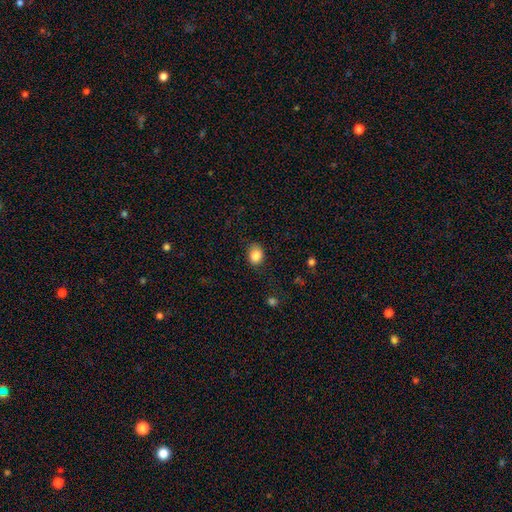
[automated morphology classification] Smooth or featured?
  - smooth: 86% *
  - star or artifact: 9%
  - featured or disk: 5%
How rounded?
  - in between: 51% *
  - round: 48%
  - cigar-shaped: 1%
Merging?
  - none: 77% *
  - minor disturbance: 17%
  - major disturbance: 4%
  - merger: 1%